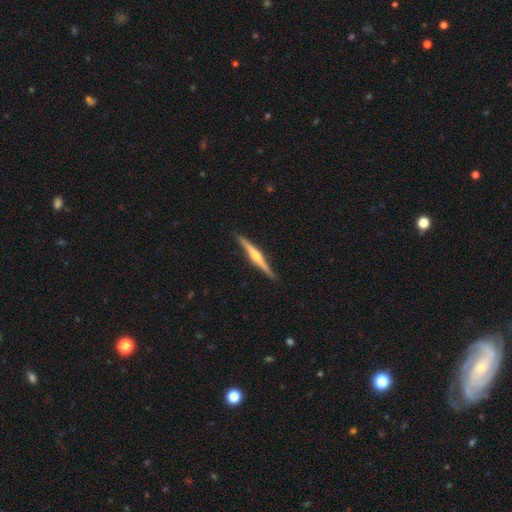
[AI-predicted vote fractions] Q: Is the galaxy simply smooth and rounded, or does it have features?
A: featured or disk — 77%.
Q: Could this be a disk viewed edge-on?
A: yes — 98%.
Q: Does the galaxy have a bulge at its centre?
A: rounded — 88%.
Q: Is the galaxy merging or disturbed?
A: none — 89%.